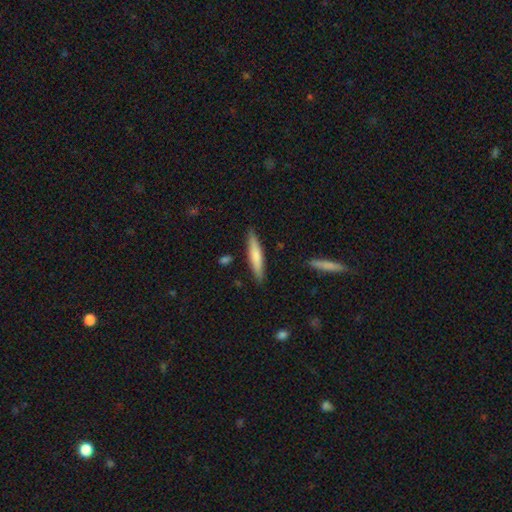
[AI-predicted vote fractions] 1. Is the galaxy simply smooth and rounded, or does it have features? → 70% smooth, 24% featured or disk, 5% star or artifact.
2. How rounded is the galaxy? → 88% cigar-shaped, 11% in between, 1% round.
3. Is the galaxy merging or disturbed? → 88% none, 9% minor disturbance, 2% major disturbance, 2% merger.